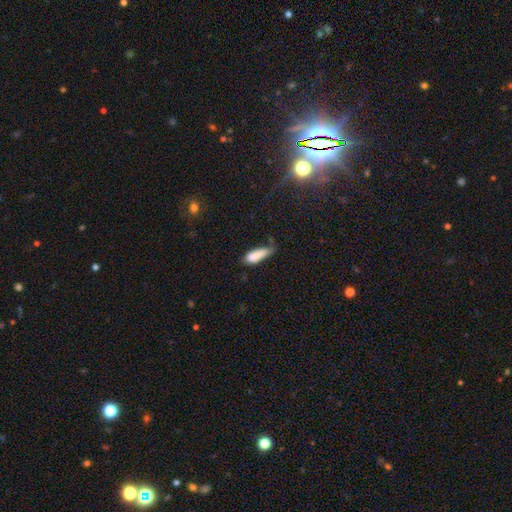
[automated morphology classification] Q: Smooth or featured?
A: smooth (83%); runner-up: featured or disk (9%)
Q: How rounded?
A: in between (53%); runner-up: cigar-shaped (46%)
Q: Merging?
A: minor disturbance (40%); runner-up: none (39%)